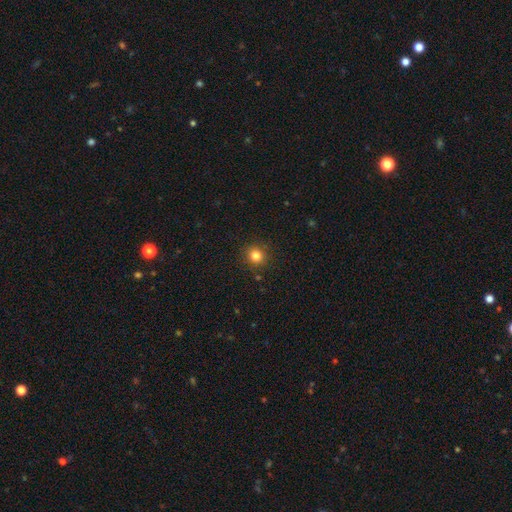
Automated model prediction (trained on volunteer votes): A smooth galaxy with no disk features (82%) that is round (89%). Merging: none (90%).